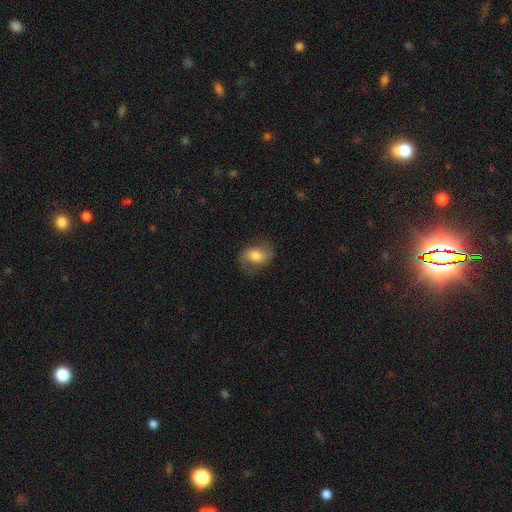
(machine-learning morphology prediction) Q: Smooth or featured?
A: smooth (61%); runner-up: featured or disk (31%)
Q: How rounded?
A: in between (74%); runner-up: round (24%)
Q: Merging?
A: none (72%); runner-up: minor disturbance (19%)